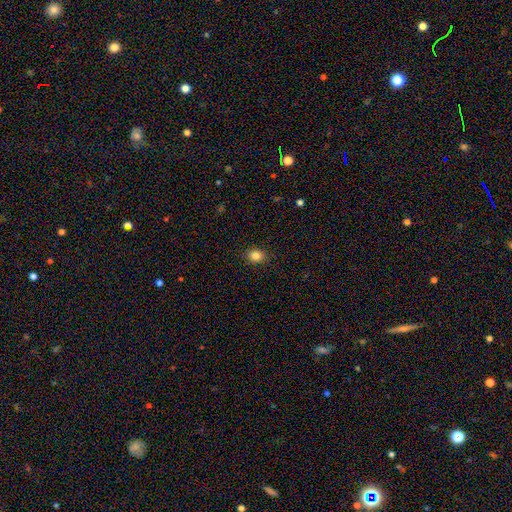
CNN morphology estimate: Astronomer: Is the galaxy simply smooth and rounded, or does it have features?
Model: smooth — 84%.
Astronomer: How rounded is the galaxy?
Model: in between — 52% (runner-up: round, 47%).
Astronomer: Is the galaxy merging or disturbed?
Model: none — 89%.